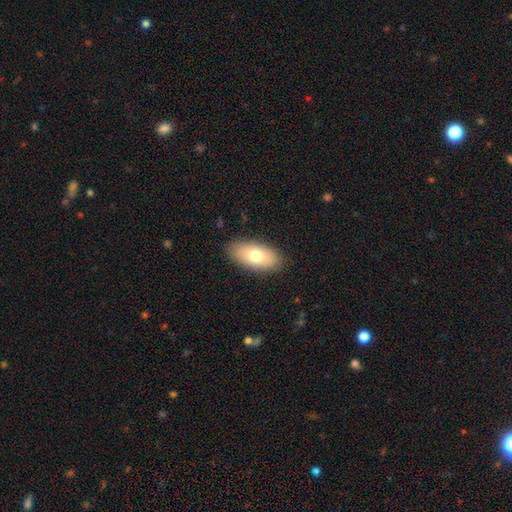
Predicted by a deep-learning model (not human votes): Smooth or featured: smooth — 72% (featured or disk — 21%)
How rounded: in between — 92% (cigar-shaped — 5%)
Merging: none — 87% (minor disturbance — 10%)